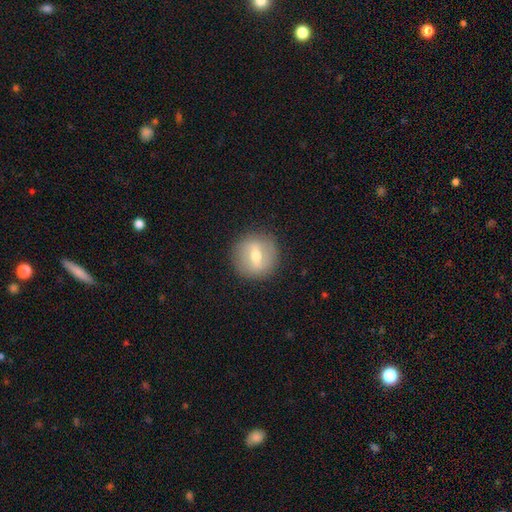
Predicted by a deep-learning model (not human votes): Smooth or featured?
  - featured or disk: 48% *
  - smooth: 44%
  - star or artifact: 8%
Merging?
  - none: 87% *
  - minor disturbance: 8%
  - major disturbance: 3%
  - merger: 1%